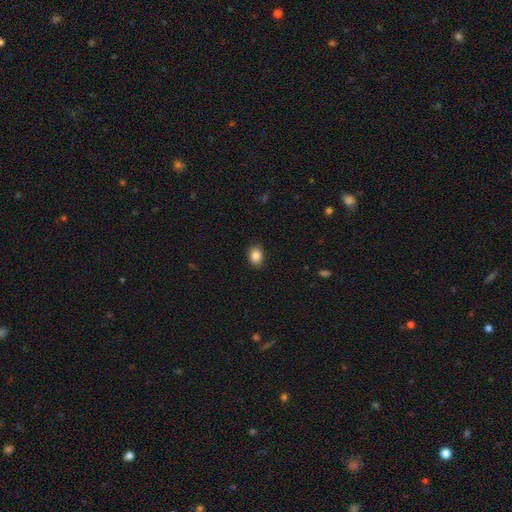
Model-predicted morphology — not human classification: The model was most divided on "how rounded": in between: 53%, round: 46%, cigar-shaped: 1%. More confident: smooth or featured — smooth (87%); merging — none (86%).